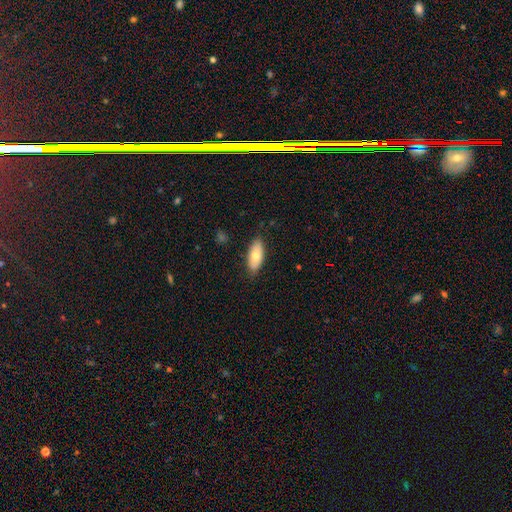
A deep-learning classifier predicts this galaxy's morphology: Smooth or featured? Predicted: smooth (p=0.75). How rounded? Predicted: in between (p=0.86). Merging? Predicted: none (p=0.84).